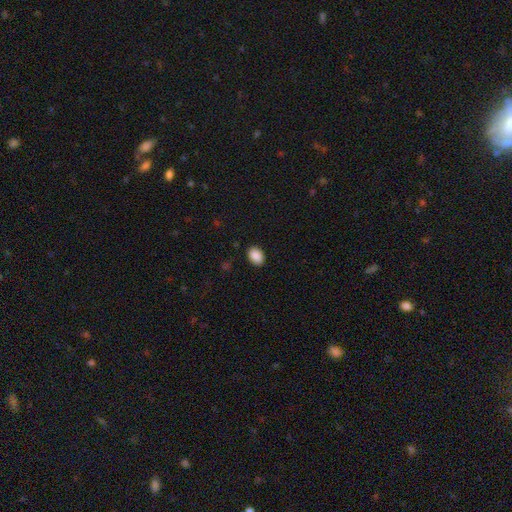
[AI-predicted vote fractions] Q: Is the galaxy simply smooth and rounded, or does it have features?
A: smooth — 90%.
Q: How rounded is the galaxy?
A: in between — 78%.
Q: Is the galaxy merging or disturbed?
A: none — 89%.